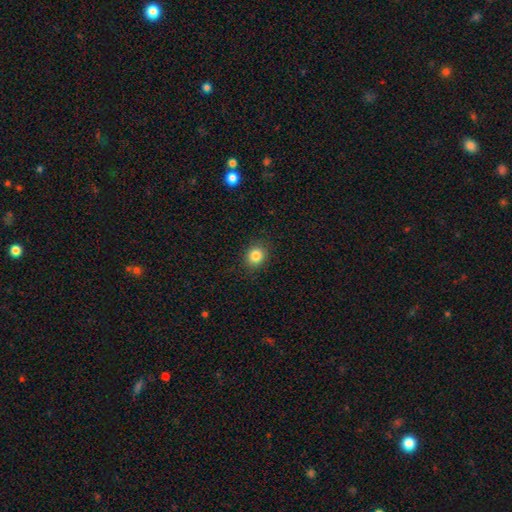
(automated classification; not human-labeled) Smooth or featured: smooth — 84% (star or artifact — 11%)
How rounded: round — 76% (in between — 23%)
Merging: none — 89% (minor disturbance — 8%)